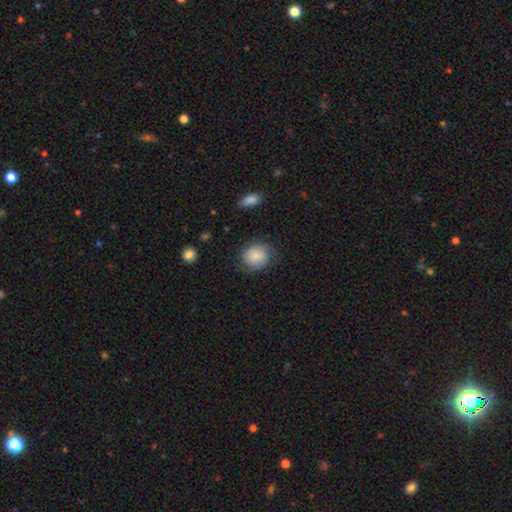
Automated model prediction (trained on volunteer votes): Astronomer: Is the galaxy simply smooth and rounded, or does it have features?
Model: smooth — 72%.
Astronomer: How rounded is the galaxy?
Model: round — 70%.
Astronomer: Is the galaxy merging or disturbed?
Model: none — 67%.